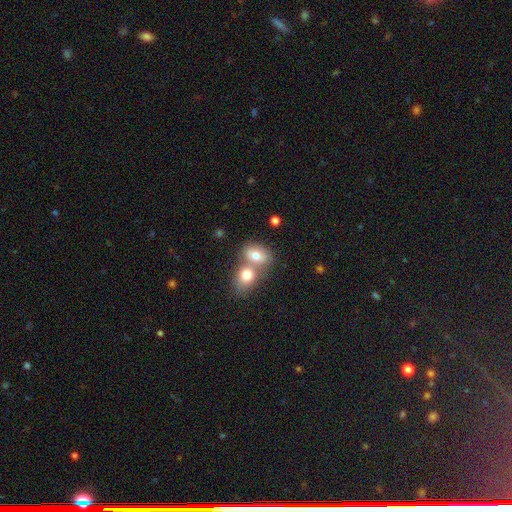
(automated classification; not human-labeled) Overall: smooth (75%). How rounded: in between (69%; round 30%). Merging: merger (60%; none 30%).